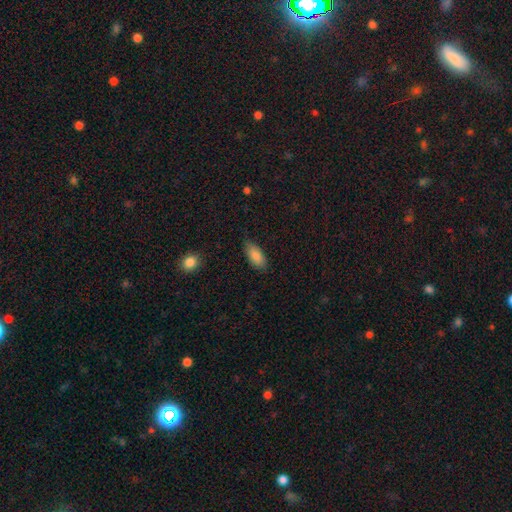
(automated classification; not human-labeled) Overall: smooth (87%). How rounded: in between (87%). Merging: none (79%).